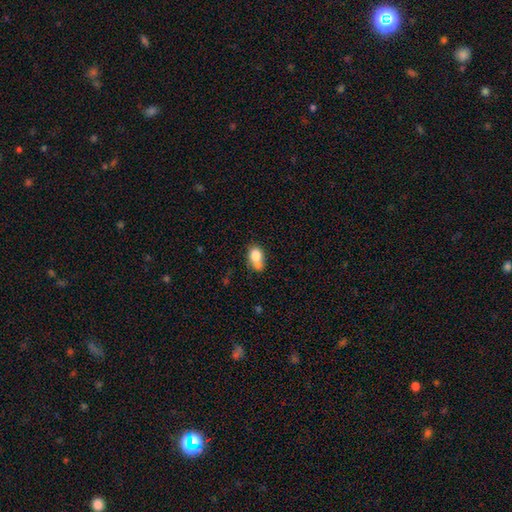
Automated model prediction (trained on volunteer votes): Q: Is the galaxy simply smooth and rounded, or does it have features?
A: smooth — 77%.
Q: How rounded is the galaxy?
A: in between — 71%.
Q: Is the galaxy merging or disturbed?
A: none — 37%.